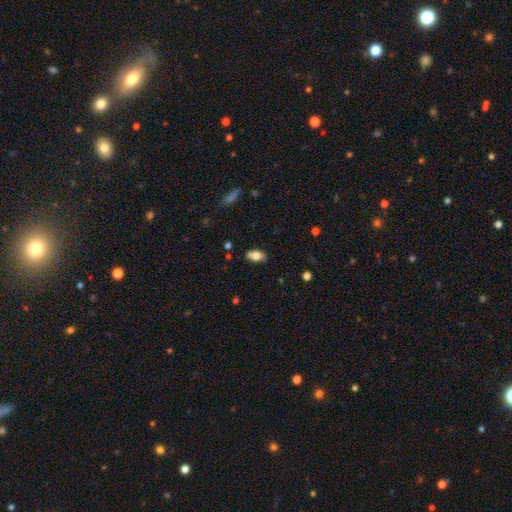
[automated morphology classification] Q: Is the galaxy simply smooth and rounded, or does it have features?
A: smooth — 73%.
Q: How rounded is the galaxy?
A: in between — 87%.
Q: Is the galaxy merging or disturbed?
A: none — 70%.